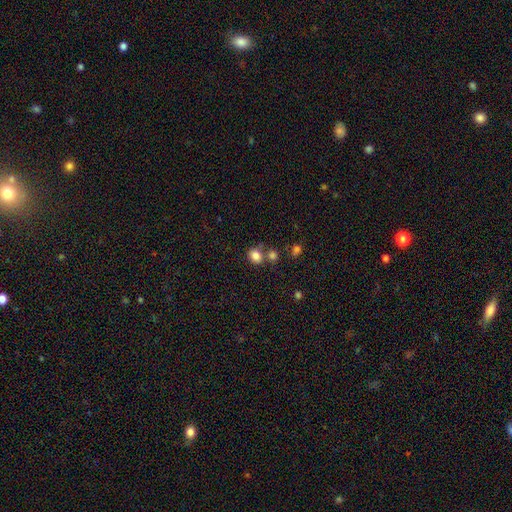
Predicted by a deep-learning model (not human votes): Smooth or featured?
  - smooth: 82% *
  - star or artifact: 12%
  - featured or disk: 6%
How rounded?
  - round: 57% *
  - in between: 42%
  - cigar-shaped: 1%
Merging?
  - none: 58% *
  - merger: 24%
  - minor disturbance: 13%
  - major disturbance: 5%